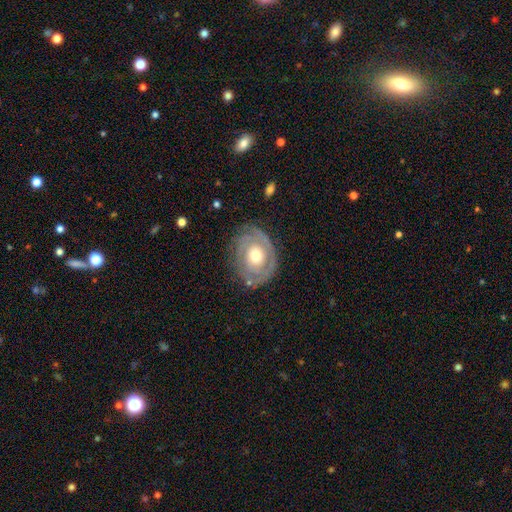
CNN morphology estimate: This appears to be a featured or disk galaxy (70%) with no bar (85%), spiral arms (62%) and a moderate central bulge (69%). Merging: none (72%).